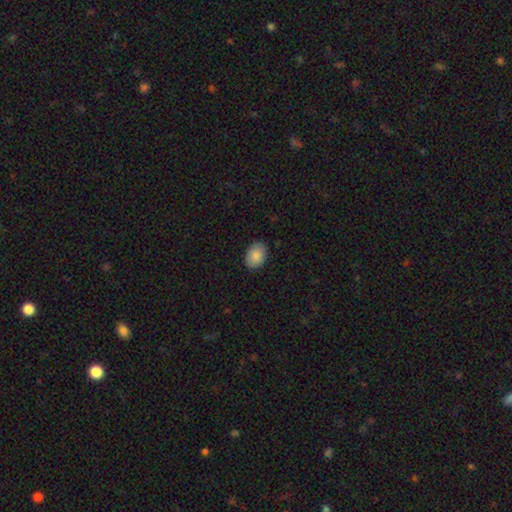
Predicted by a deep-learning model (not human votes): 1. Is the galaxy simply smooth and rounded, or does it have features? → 88% smooth, 7% star or artifact, 5% featured or disk.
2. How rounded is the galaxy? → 80% in between, 20% round, 1% cigar-shaped.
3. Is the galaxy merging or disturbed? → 86% none, 11% minor disturbance, 2% major disturbance, 1% merger.